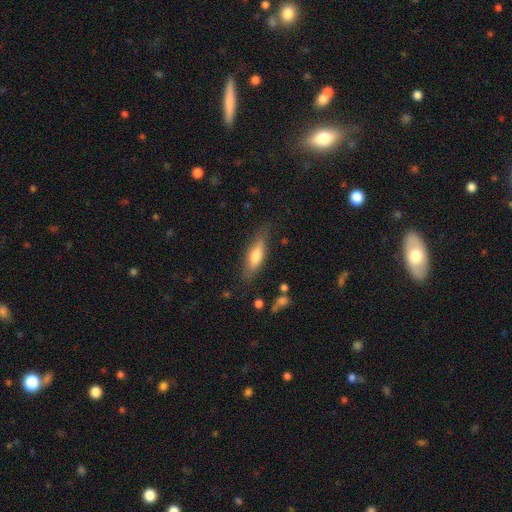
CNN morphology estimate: Overall: smooth (64%; featured or disk 30%). How rounded: cigar-shaped (51%; in between 47%). Merging: none (76%).